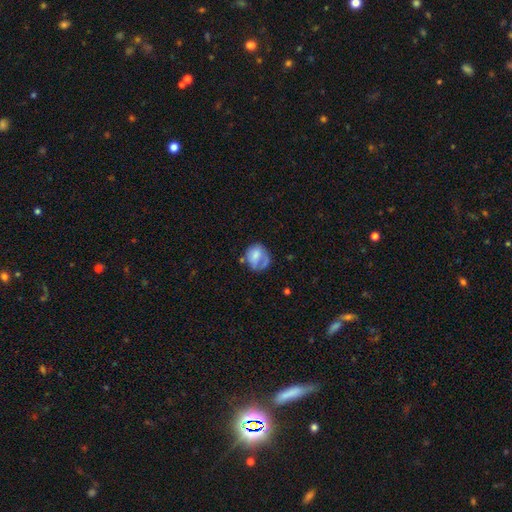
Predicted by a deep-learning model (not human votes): A smooth galaxy with no disk features (59%) that is round (64%).

Vote fractions:
- Smooth or featured? smooth: 59% / featured or disk: 33% / star or artifact: 8%
- How rounded? round: 64% / in between: 35% / cigar-shaped: 1%
- Merging? none: 42% / minor disturbance: 28% / major disturbance: 24% / merger: 7%